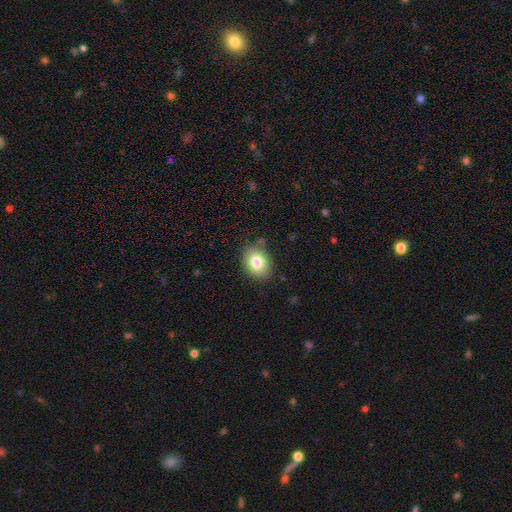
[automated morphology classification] A smooth galaxy with no disk features (81%) that is in between round and cigar-shaped (50%).

Vote fractions:
- Smooth or featured? smooth: 81% / star or artifact: 10% / featured or disk: 9%
- How rounded? in between: 50% / round: 49% / cigar-shaped: 1%
- Merging? none: 86% / minor disturbance: 10% / major disturbance: 2% / merger: 2%